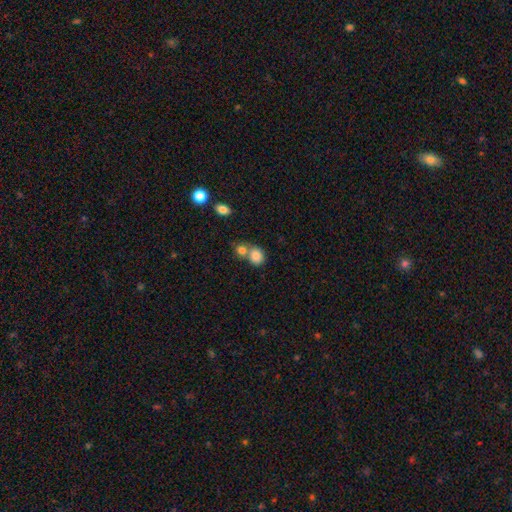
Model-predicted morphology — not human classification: Smooth or featured: smooth — 84% (star or artifact — 9%)
How rounded: round — 68% (in between — 31%)
Merging: merger — 46% (none — 42%)